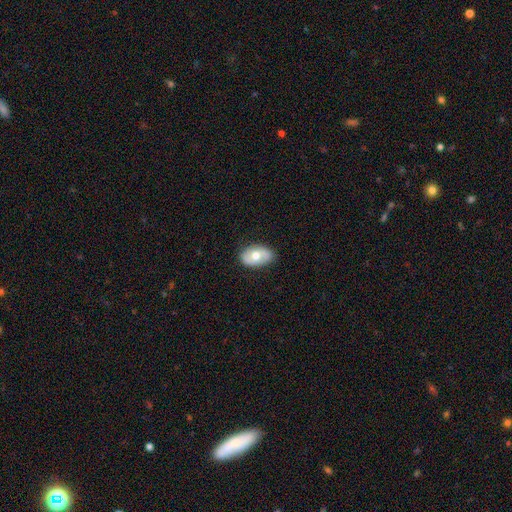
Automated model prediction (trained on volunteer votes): The model was most divided on "smooth or featured": smooth: 52%, featured or disk: 41%, star or artifact: 6%. More confident: how rounded — in between (88%); merging — none (80%).